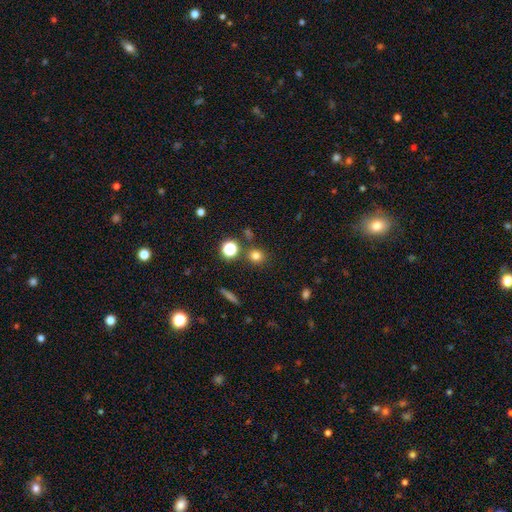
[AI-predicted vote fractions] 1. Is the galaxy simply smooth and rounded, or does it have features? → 77% smooth, 17% star or artifact, 6% featured or disk.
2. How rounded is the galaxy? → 84% round, 15% in between, 1% cigar-shaped.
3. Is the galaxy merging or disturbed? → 82% none, 8% minor disturbance, 7% merger, 3% major disturbance.